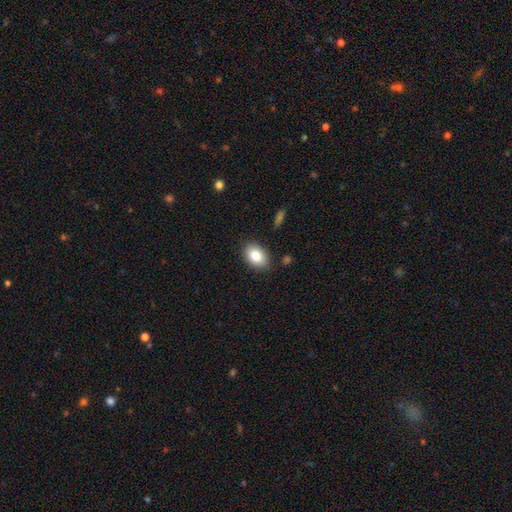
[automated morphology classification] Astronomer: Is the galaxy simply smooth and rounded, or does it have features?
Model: smooth — 86%.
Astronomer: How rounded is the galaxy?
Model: in between — 84%.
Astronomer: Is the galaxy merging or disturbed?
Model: none — 83%.